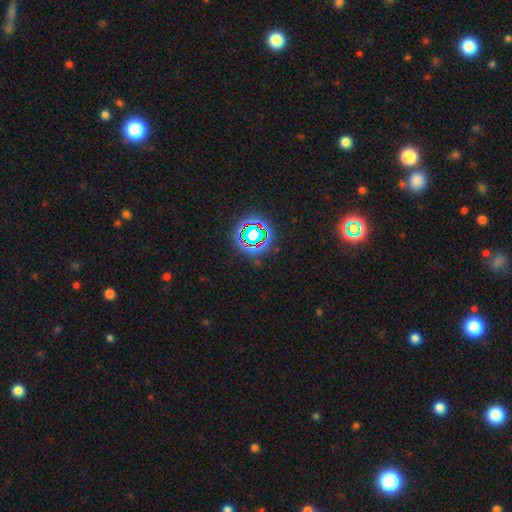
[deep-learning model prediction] Q: Smooth or featured?
A: star or artifact (79%); runner-up: smooth (13%)